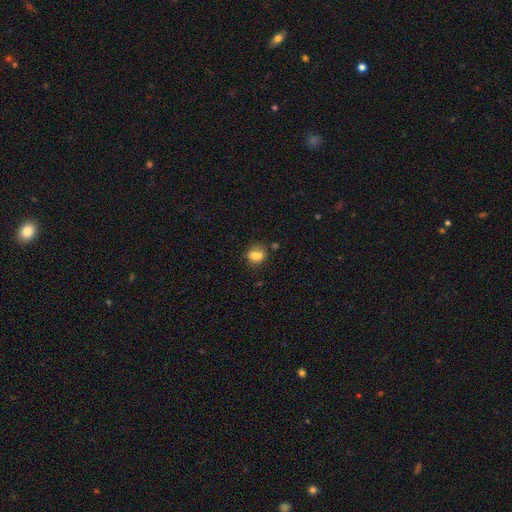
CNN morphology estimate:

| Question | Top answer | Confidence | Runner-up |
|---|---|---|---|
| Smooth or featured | smooth | 77% | featured or disk (13%) |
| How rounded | in between | 53% | round (44%) |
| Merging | none | 67% | minor disturbance (18%) |